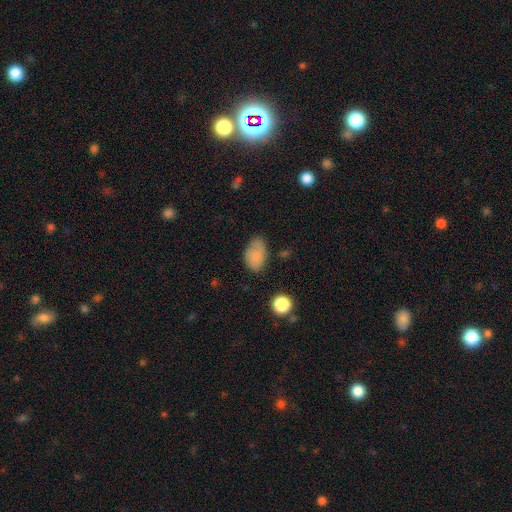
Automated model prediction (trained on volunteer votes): Smooth or featured?
  - smooth: 78% *
  - featured or disk: 13%
  - star or artifact: 9%
How rounded?
  - in between: 89% *
  - round: 9%
  - cigar-shaped: 1%
Merging?
  - none: 62% *
  - minor disturbance: 28%
  - major disturbance: 8%
  - merger: 3%